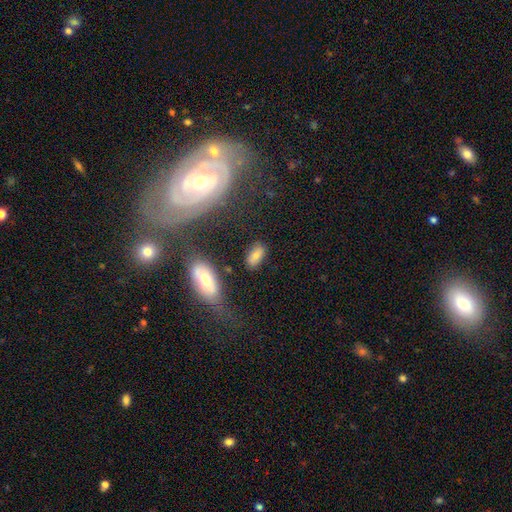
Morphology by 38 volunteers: A smooth galaxy with no disk features (79%) that is in between round and cigar-shaped (93%). Merging: none (77%).